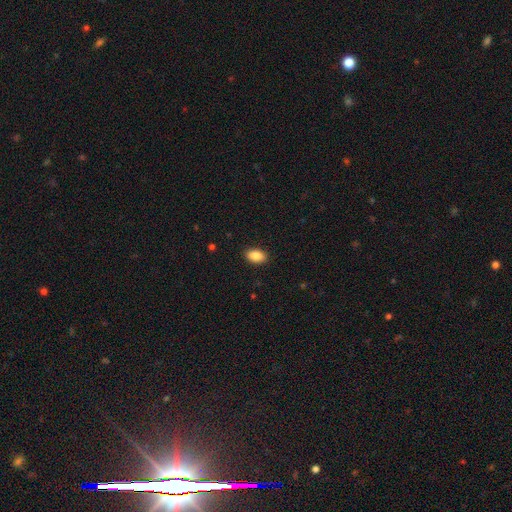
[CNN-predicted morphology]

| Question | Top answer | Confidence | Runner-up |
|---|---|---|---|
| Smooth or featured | smooth | 89% | star or artifact (8%) |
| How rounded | in between | 91% | round (7%) |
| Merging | none | 90% | minor disturbance (7%) |